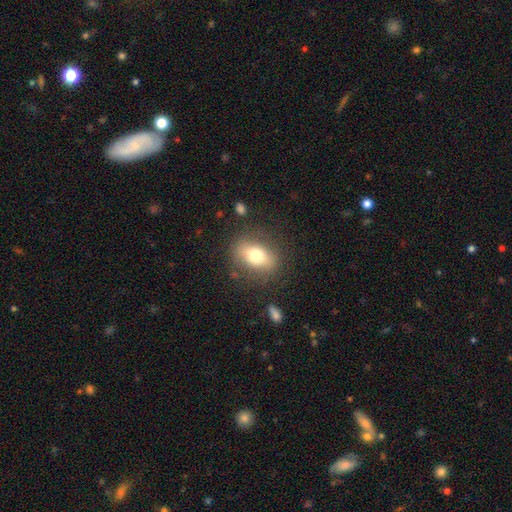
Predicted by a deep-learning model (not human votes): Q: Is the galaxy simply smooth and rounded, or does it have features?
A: smooth — 71%.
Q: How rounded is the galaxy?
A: in between — 73%.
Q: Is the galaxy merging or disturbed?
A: none — 79%.